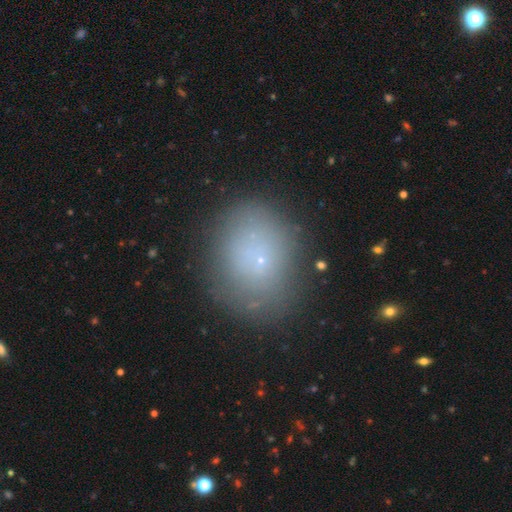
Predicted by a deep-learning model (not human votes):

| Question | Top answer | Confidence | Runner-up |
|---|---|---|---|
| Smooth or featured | smooth | 64% | featured or disk (18%) |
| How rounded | round | 52% | in between (47%) |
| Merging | none | 79% | minor disturbance (14%) |